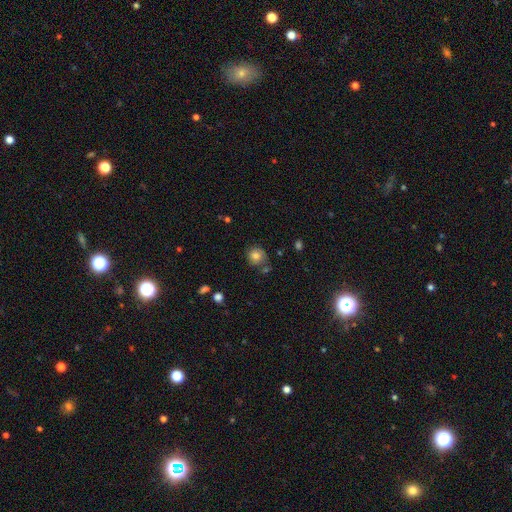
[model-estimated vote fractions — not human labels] smooth-or-featured: smooth: 70% | featured or disk: 19% | star or artifact: 11%
  how-rounded: round: 83% | in between: 16% | cigar-shaped: 1%
  merging: none: 64% | minor disturbance: 20% | merger: 8% | major disturbance: 8%